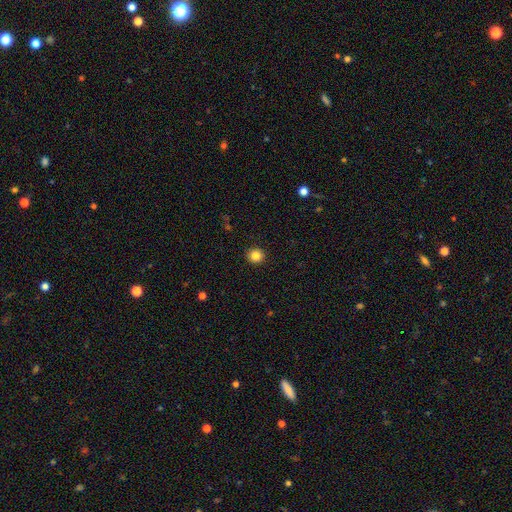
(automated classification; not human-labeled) This is clearly a smooth galaxy (85%). How rounded: clearly round (94%). Merging: clearly none (93%).